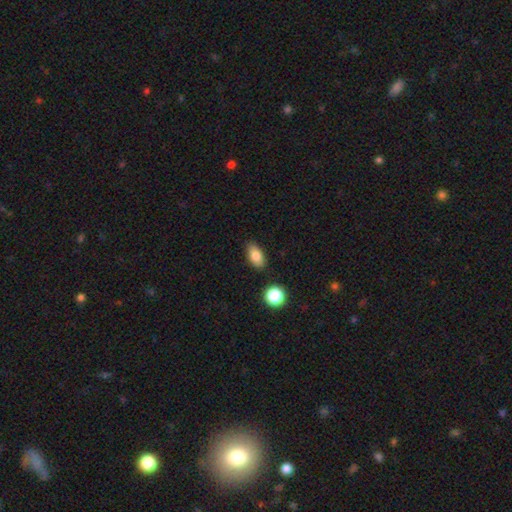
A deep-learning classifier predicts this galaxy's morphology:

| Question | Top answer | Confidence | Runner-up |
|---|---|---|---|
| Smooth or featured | smooth | 82% | featured or disk (9%) |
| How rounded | in between | 88% | round (7%) |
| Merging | none | 84% | minor disturbance (10%) |